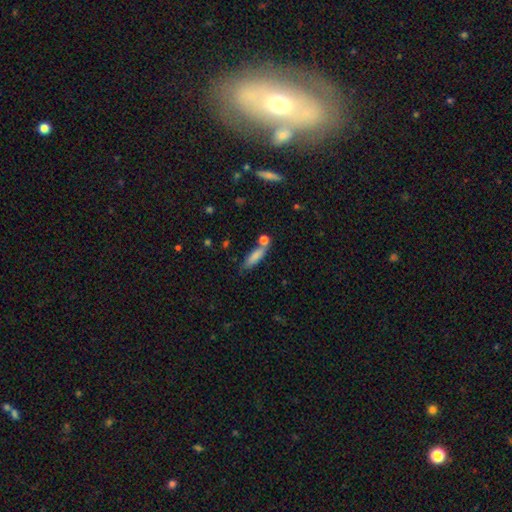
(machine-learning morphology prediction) This appears to be a smooth galaxy with no disk features (81%) that is cigar-shaped (62%). Merging: none (63%).